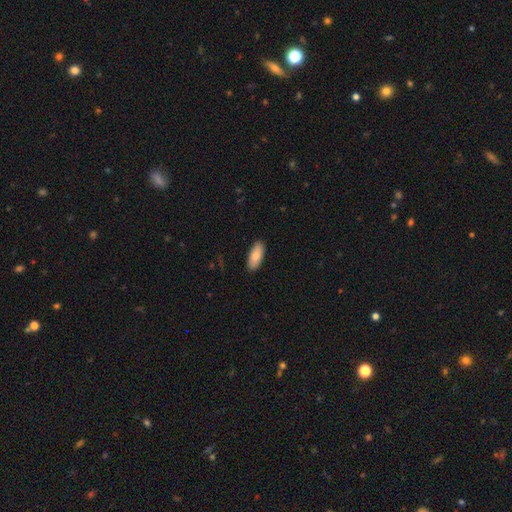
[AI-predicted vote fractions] This appears to be a smooth galaxy with no disk features (82%) that is in between round and cigar-shaped (83%). Merging: none (89%).